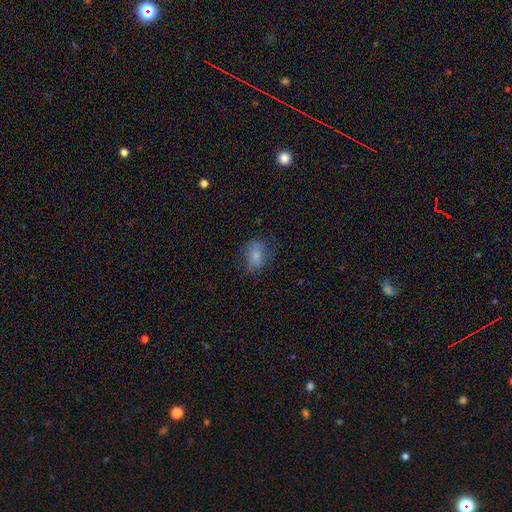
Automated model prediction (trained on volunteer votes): This is likely a smooth galaxy (79%). How rounded: clearly in between (82%). Merging: likely none (65%).